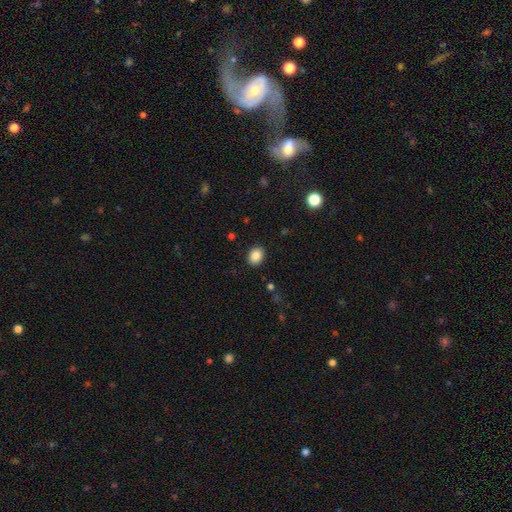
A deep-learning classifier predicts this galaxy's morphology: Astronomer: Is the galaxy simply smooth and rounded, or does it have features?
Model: smooth — 86%.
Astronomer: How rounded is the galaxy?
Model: in between — 57% (runner-up: round, 42%).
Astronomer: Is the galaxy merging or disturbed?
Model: none — 89%.